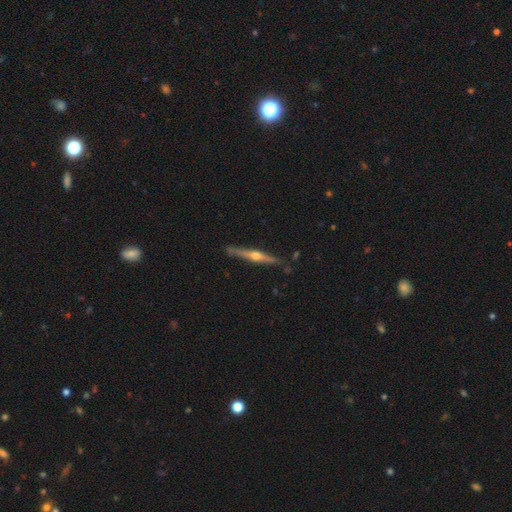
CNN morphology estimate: Q: Smooth or featured?
A: featured or disk (78%); runner-up: smooth (17%)
Q: Edge-on disk?
A: yes (98%); runner-up: no (2%)
Q: Edge-on bulge?
A: rounded (94%); runner-up: none (3%)
Q: Merging?
A: none (86%); runner-up: minor disturbance (10%)